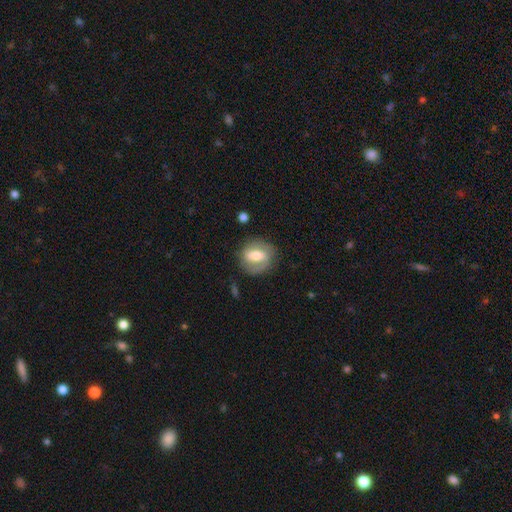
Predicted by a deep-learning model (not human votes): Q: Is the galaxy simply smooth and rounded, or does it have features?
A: featured or disk — 52%.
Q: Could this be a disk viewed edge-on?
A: no — 94%.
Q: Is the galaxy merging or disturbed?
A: none — 77%.